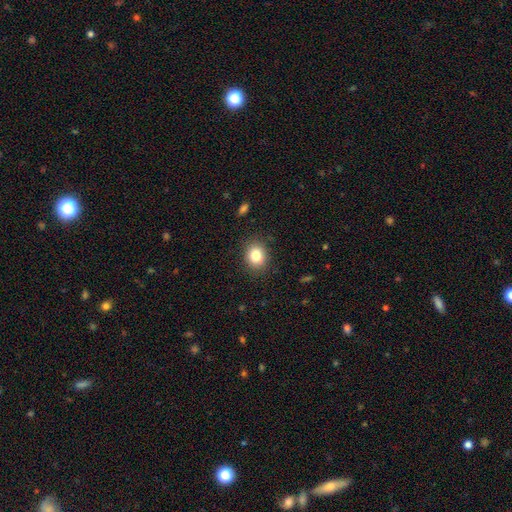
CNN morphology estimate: Smooth or featured: smooth — 82% (star or artifact — 10%)
How rounded: round — 55% (in between — 44%)
Merging: none — 87% (minor disturbance — 10%)